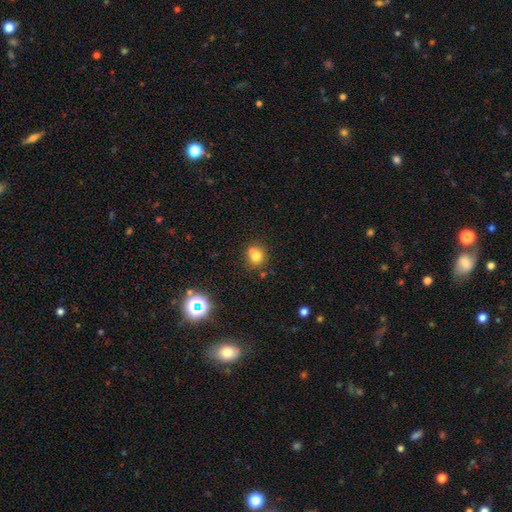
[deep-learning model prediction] smooth 72%, star or artifact 15%, featured or disk 13%. Down the decision tree: how rounded — round (76%); merging — none (51%).